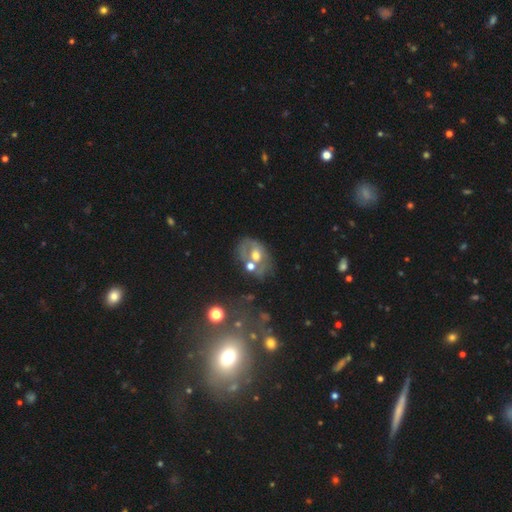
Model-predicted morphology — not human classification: Smooth or featured? Predicted: featured or disk (p=0.54). Edge-on disk? Predicted: no (p=0.95). Bar? Predicted: no (p=0.76). Spiral arms? Predicted: no (p=0.72). Bulge size? Predicted: moderate (p=0.69). Merging? Predicted: none (p=0.35).